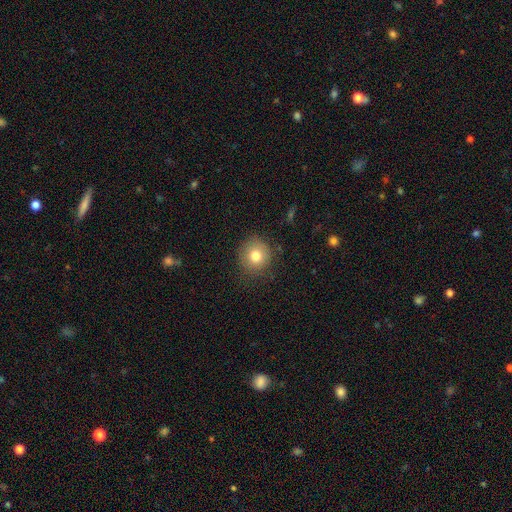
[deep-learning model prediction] This is likely a smooth galaxy (78%). How rounded: clearly round (90%). Merging: clearly none (84%).